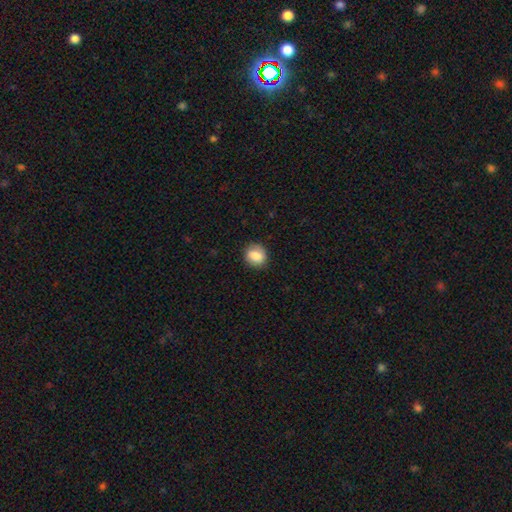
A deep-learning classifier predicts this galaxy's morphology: Smooth or featured? Predicted: smooth (p=0.83). How rounded? Predicted: round (p=0.70). Merging? Predicted: none (p=0.84).